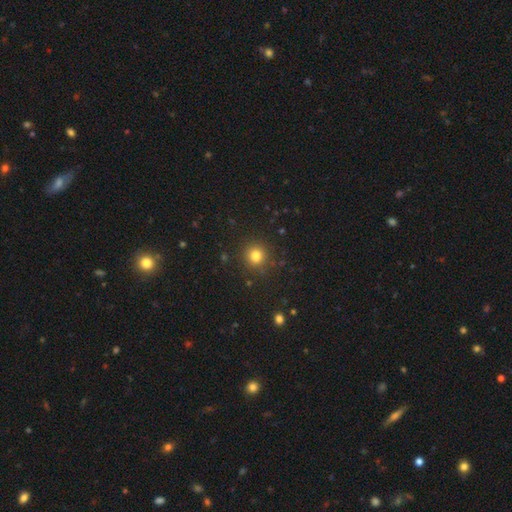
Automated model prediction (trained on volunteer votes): smooth 80%, star or artifact 14%, featured or disk 6%. Down the decision tree: how rounded — round (91%); merging — none (88%).